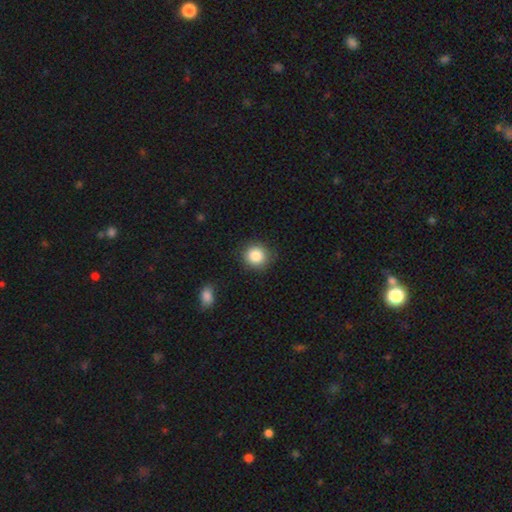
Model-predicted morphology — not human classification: smooth_or_featured: smooth (p=0.85) [alt: star or artifact p=0.10]
how_rounded: round (p=0.90) [alt: in between p=0.09]
merging: none (p=0.87) [alt: minor disturbance p=0.09]